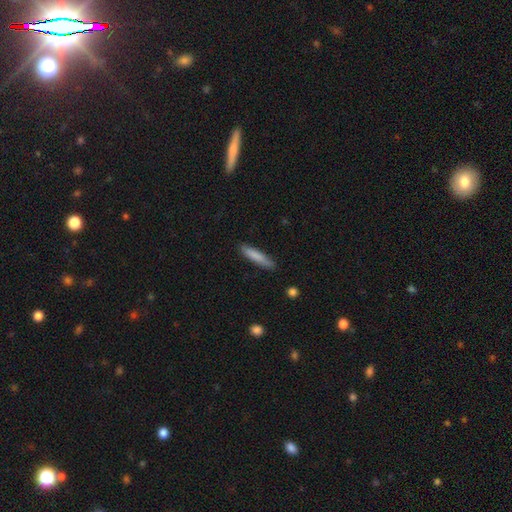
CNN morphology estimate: smooth-or-featured: smooth: 81% | featured or disk: 13% | star or artifact: 6%
  how-rounded: cigar-shaped: 88% | in between: 11% | round: 1%
  merging: none: 87% | minor disturbance: 10% | major disturbance: 2% | merger: 1%